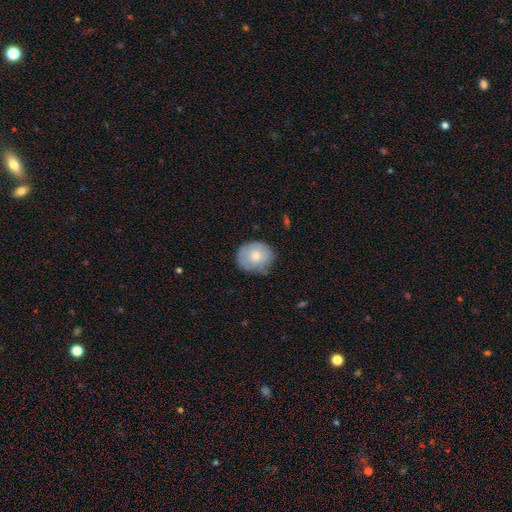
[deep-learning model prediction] A smooth galaxy with no disk features (68%) that is round (73%).

Vote fractions:
- Smooth or featured? smooth: 68% / featured or disk: 25% / star or artifact: 7%
- How rounded? round: 73% / in between: 27% / cigar-shaped: 1%
- Merging? none: 69% / minor disturbance: 25% / major disturbance: 5% / merger: 1%